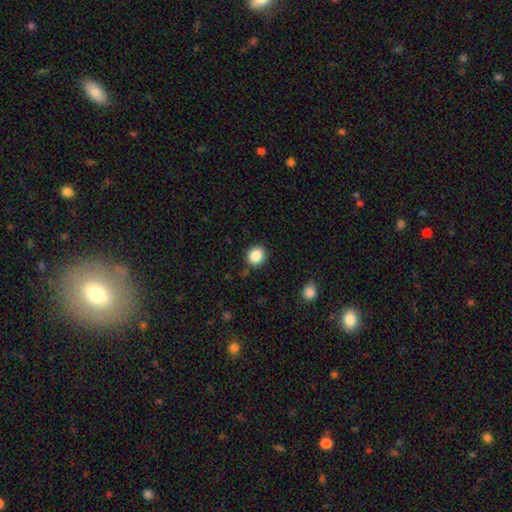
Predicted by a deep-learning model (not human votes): A smooth galaxy with no disk features (86%) that is round (82%).

Vote fractions:
- Smooth or featured? smooth: 86% / star or artifact: 9% / featured or disk: 4%
- How rounded? round: 82% / in between: 17% / cigar-shaped: 1%
- Merging? none: 88% / minor disturbance: 8% / major disturbance: 2% / merger: 1%